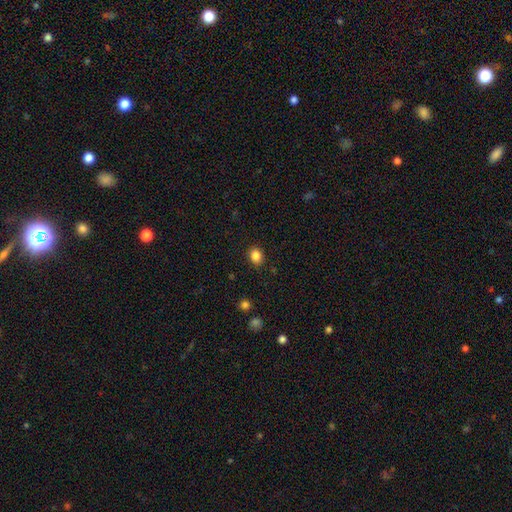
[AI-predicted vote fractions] Q: Smooth or featured?
A: smooth (85%); runner-up: star or artifact (11%)
Q: How rounded?
A: round (55%); runner-up: in between (44%)
Q: Merging?
A: none (89%); runner-up: minor disturbance (8%)